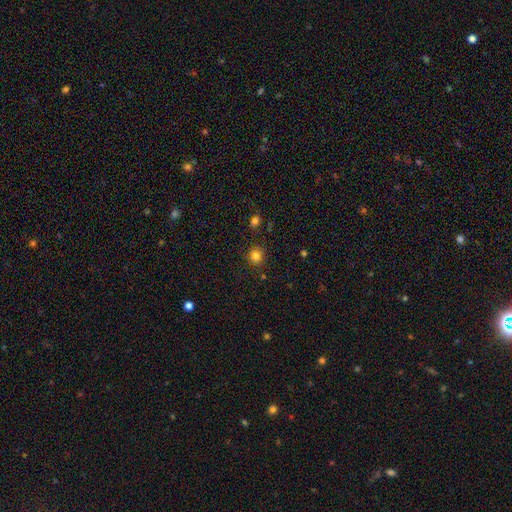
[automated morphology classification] The model was most divided on "smooth or featured": smooth: 82%, star or artifact: 13%, featured or disk: 5%. More confident: how rounded — round (88%); merging — none (87%).